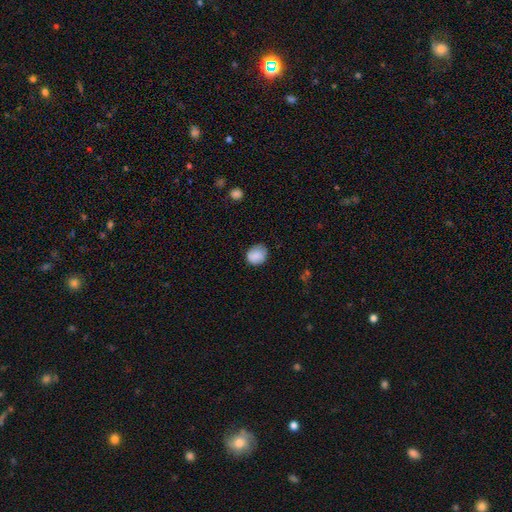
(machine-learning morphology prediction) This is clearly a smooth galaxy (86%). How rounded: likely round (67%). Merging: likely none (74%).